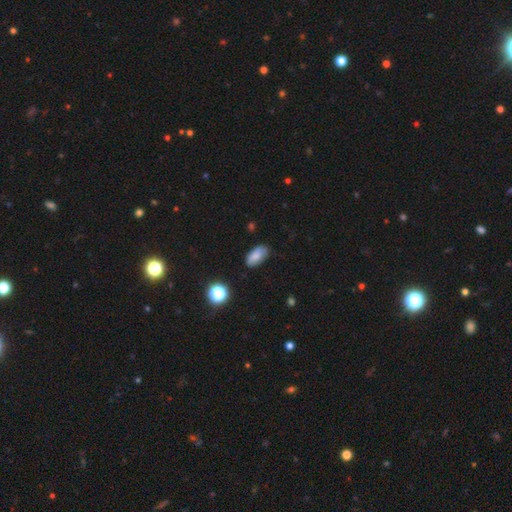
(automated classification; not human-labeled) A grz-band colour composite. It shows a smooth galaxy with no disk features (81%) that is in between round and cigar-shaped (92%). Merging: none (78%).